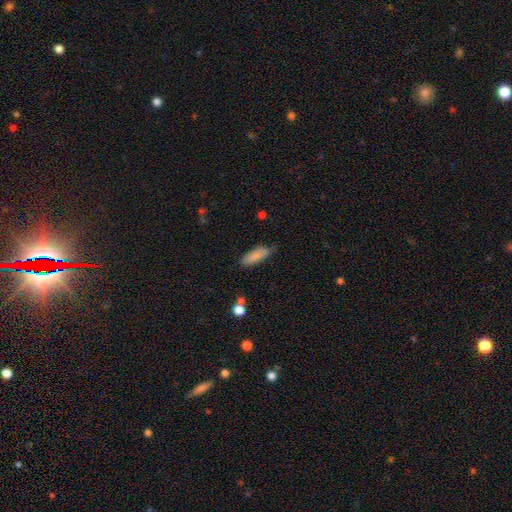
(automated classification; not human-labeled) A smooth galaxy with no disk features (84%) that is in between round and cigar-shaped (53%).

Vote fractions:
- Smooth or featured? smooth: 84% / featured or disk: 9% / star or artifact: 7%
- How rounded? in between: 53% / cigar-shaped: 45% / round: 2%
- Merging? none: 71% / minor disturbance: 23% / major disturbance: 4% / merger: 2%